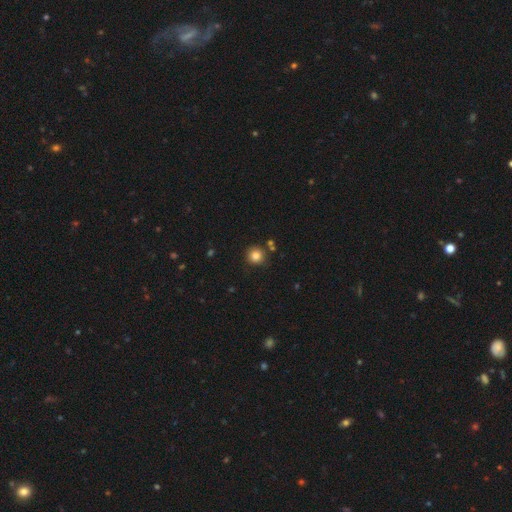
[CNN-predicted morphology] The model was most divided on "smooth or featured": smooth: 83%, star or artifact: 12%, featured or disk: 5%. More confident: how rounded — round (93%); merging — none (84%).